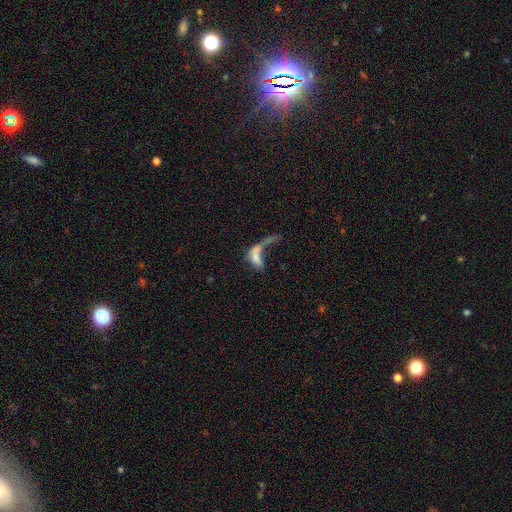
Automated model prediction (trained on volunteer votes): Q: Smooth or featured?
A: smooth (50%); runner-up: featured or disk (38%)
Q: How rounded?
A: in between (71%); runner-up: cigar-shaped (20%)
Q: Merging?
A: major disturbance (48%); runner-up: merger (30%)